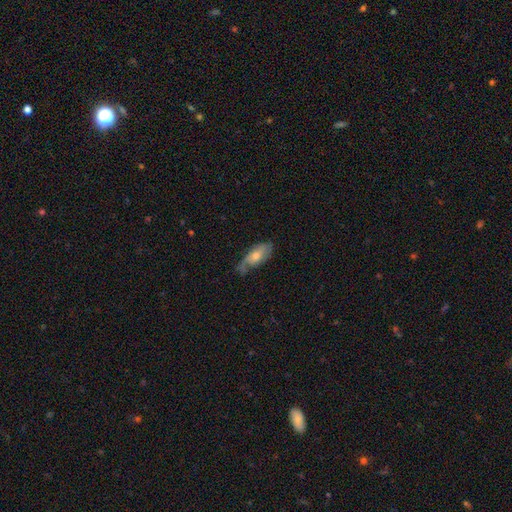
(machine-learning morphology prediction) This is possibly a featured or disk galaxy (52%). It is likely not viewed edge-on (79%). Merging: possibly none (54%).